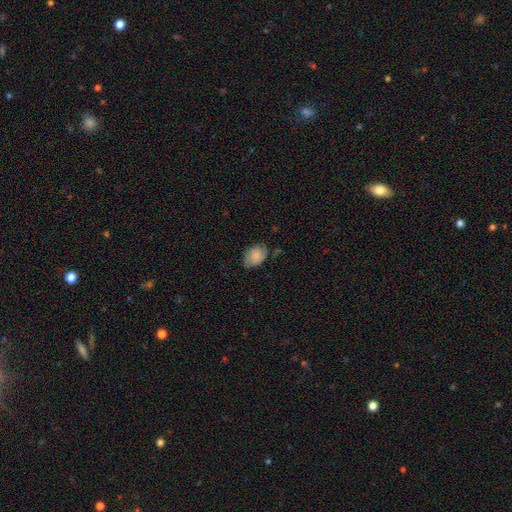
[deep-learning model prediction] Morphology: type=smooth (81%); roundness=in between (81%); merging=none (65%).